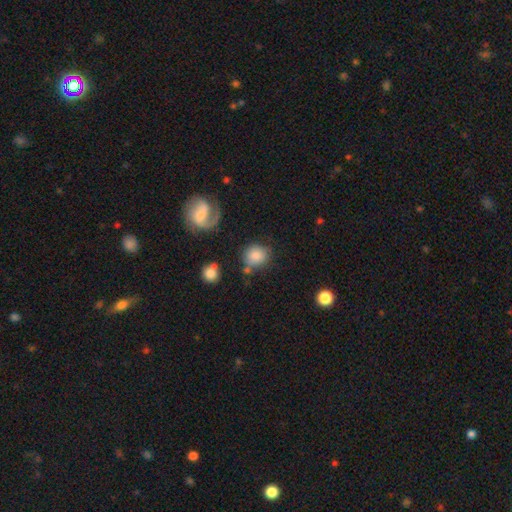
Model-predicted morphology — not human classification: Smooth or featured? smooth (76%)
How rounded? round (80%)
Merging? none (69%)